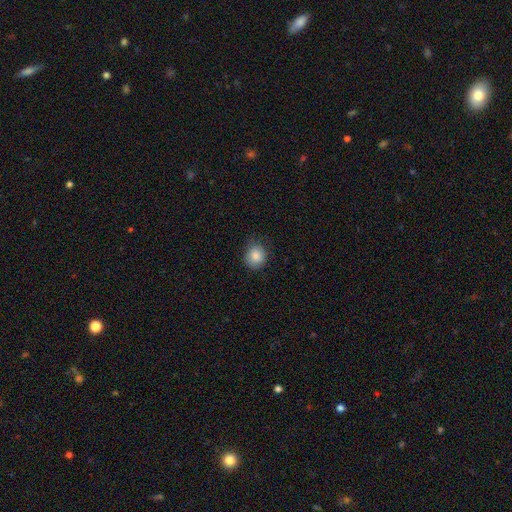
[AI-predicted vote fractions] A smooth galaxy with no disk features (85%) that is round (78%). Merging: none (73%).